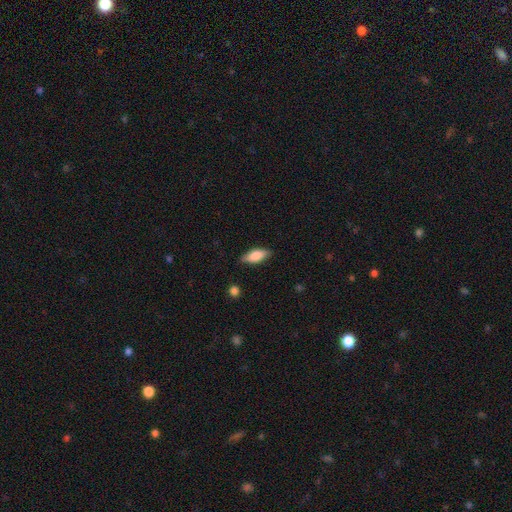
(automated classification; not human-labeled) smooth_or_featured: smooth (p=0.81) [alt: featured or disk p=0.13]
how_rounded: in between (p=0.78) [alt: cigar-shaped p=0.19]
merging: none (p=0.84) [alt: minor disturbance p=0.12]